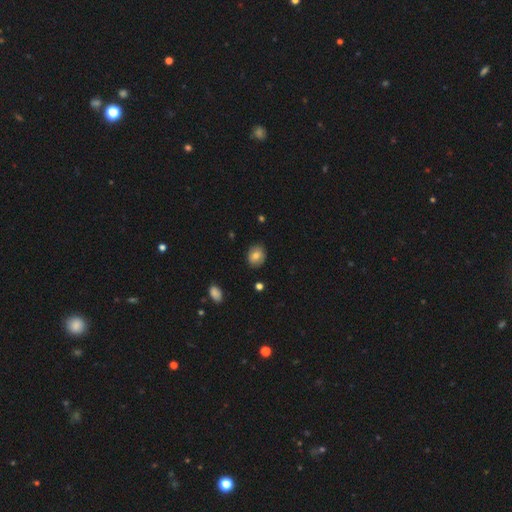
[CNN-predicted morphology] Smooth or featured?
  - smooth: 76% *
  - featured or disk: 15%
  - star or artifact: 9%
How rounded?
  - round: 58% *
  - in between: 41%
  - cigar-shaped: 1%
Merging?
  - none: 85% *
  - minor disturbance: 11%
  - major disturbance: 2%
  - merger: 1%